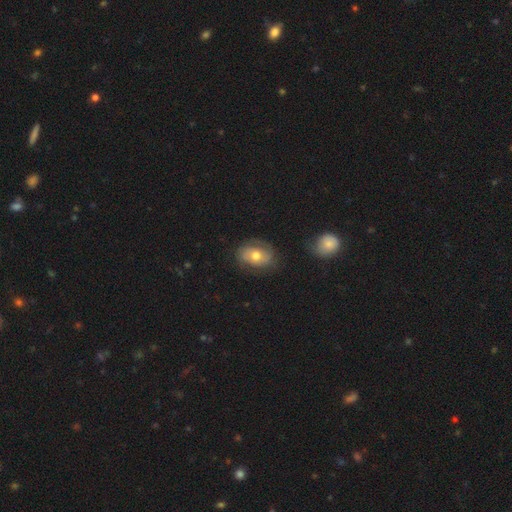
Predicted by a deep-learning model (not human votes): Smooth or featured: featured or disk — 48% (smooth — 44%)
Merging: none — 70% (minor disturbance — 19%)